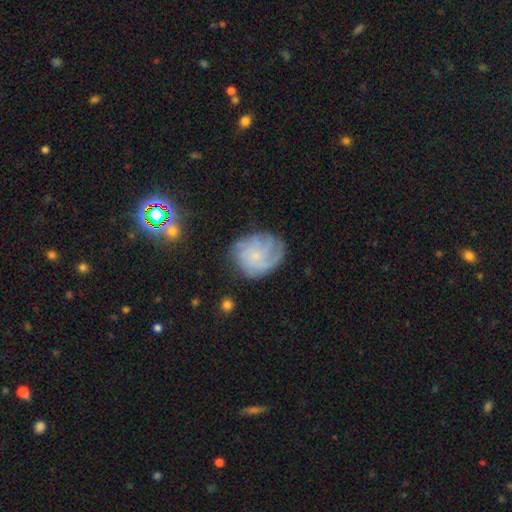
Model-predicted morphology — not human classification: Smooth or featured? featured or disk (66%)
Edge-on disk? no (98%)
Bar? no (78%)
Spiral arms? yes (89%)
Spiral winding? tight (50%)
Spiral arm count? can't tell (37%)
Bulge size? small (74%)
Merging? none (65%)